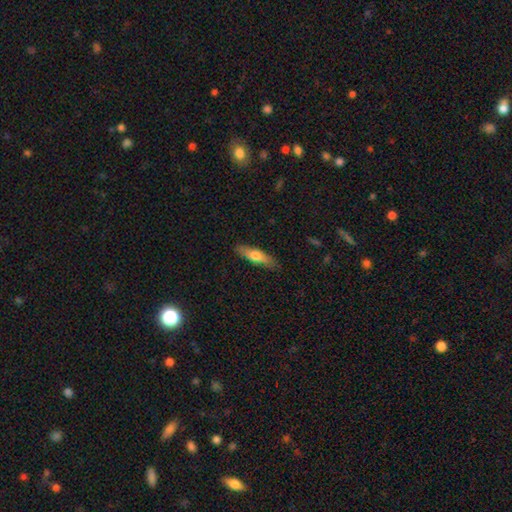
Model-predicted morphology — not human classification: This is likely a smooth galaxy (61%). How rounded: likely cigar-shaped (65%). Merging: clearly none (86%).